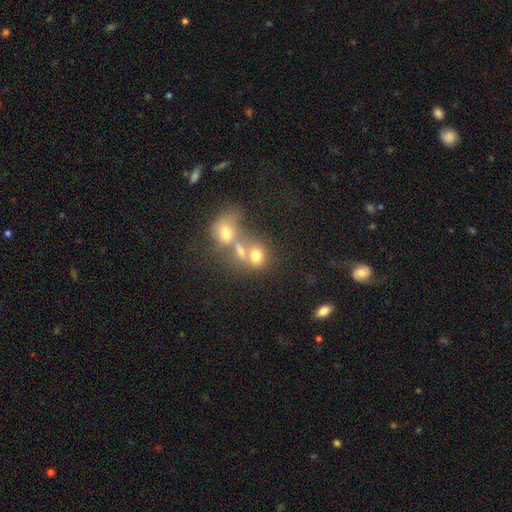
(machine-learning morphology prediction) The model was most divided on "how rounded": round: 56%, in between: 43%, cigar-shaped: 2%. More confident: smooth or featured — smooth (69%); merging — merger (54%).